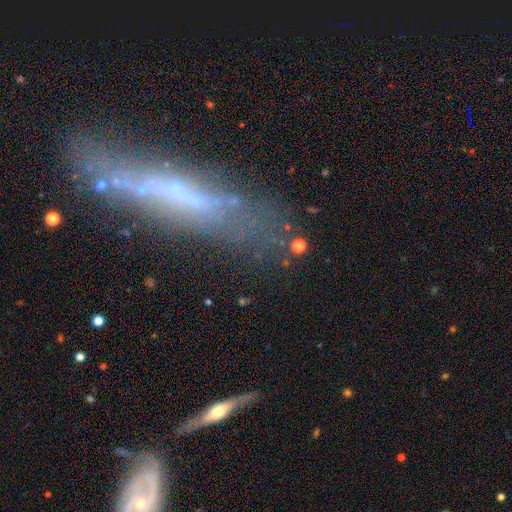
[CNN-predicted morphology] This appears to be a featured or disk galaxy (58%) viewed edge-on (71%). Merging: none (63%).